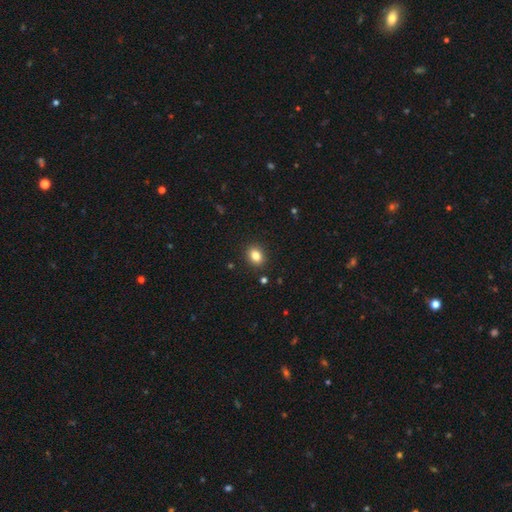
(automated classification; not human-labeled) Smooth or featured? smooth (84%)
How rounded? in between (54%)
Merging? none (89%)